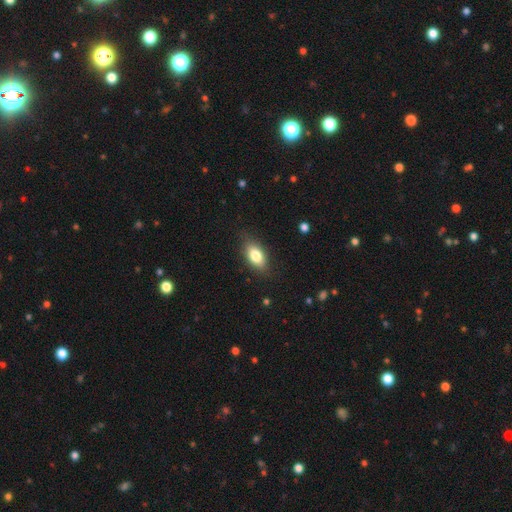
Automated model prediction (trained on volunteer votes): Overall: smooth (79%). How rounded: in between (87%). Merging: none (82%).